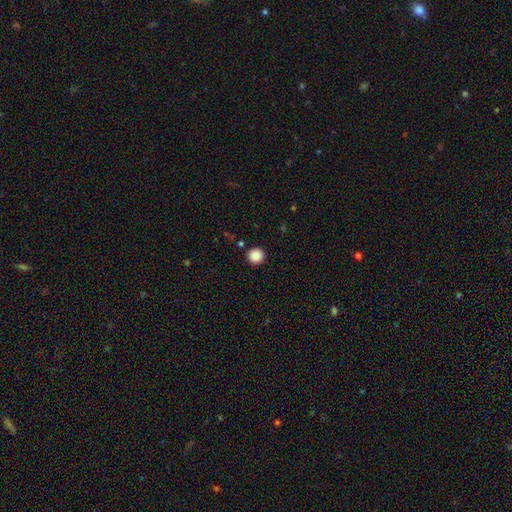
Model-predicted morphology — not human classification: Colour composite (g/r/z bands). It shows a smooth galaxy with no disk features (88%) that is round (95%). Merging: none (92%).